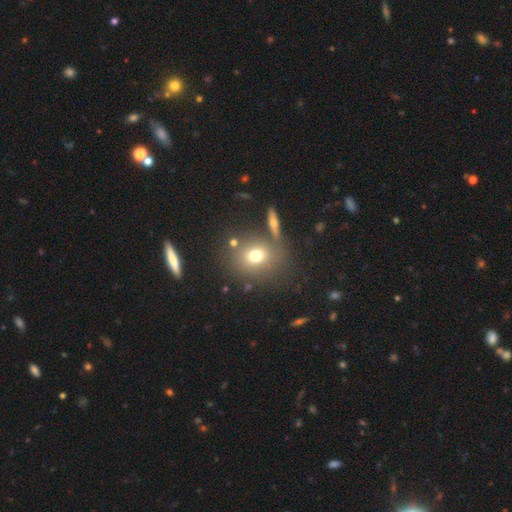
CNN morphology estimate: This appears to be a smooth galaxy with no disk features (70%) that is round (65%). Merging: none (71%).